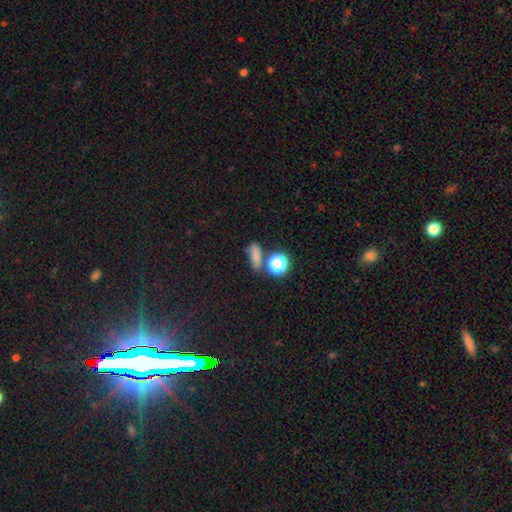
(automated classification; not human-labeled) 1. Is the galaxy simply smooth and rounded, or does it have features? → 72% smooth, 20% star or artifact, 7% featured or disk.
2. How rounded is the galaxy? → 51% in between, 26% round, 23% cigar-shaped.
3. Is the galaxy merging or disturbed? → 68% none, 14% merger, 13% minor disturbance, 5% major disturbance.